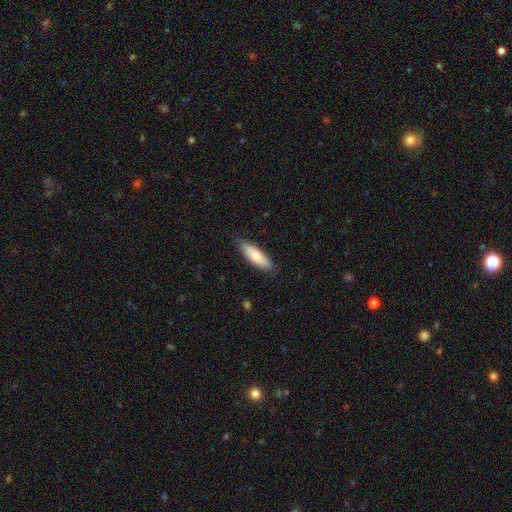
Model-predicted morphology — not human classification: type=smooth (74%); roundness=cigar-shaped (50%); merging=none (83%).